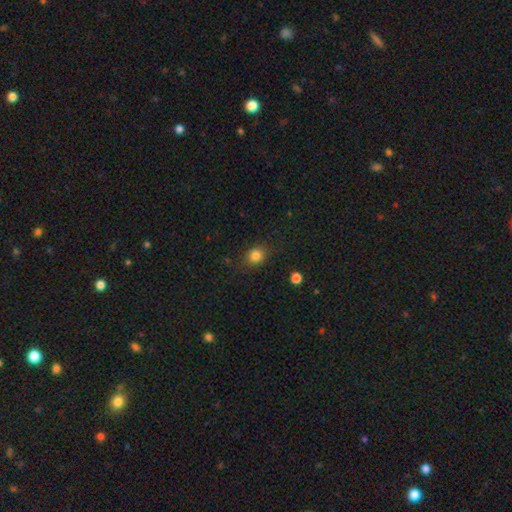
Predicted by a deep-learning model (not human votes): This is clearly a smooth galaxy (82%). How rounded: likely round (67%). Merging: clearly none (84%).